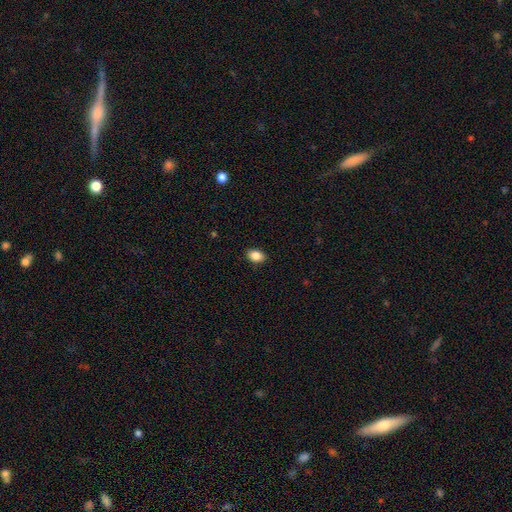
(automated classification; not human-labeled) smooth_or_featured: smooth (p=0.87) [alt: star or artifact p=0.08]
how_rounded: in between (p=0.81) [alt: round p=0.18]
merging: none (p=0.88) [alt: minor disturbance p=0.09]